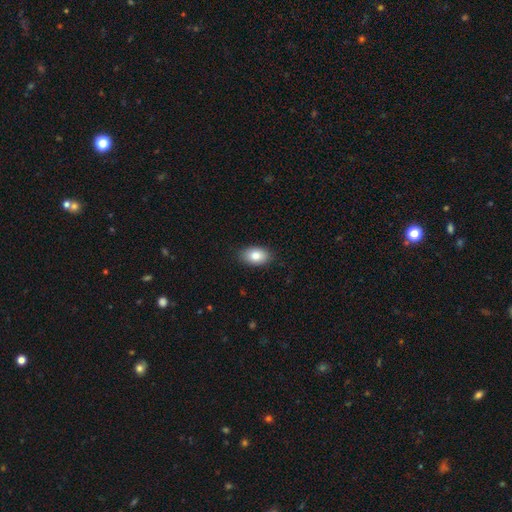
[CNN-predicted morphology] smooth 84%, featured or disk 9%, star or artifact 7%. Down the decision tree: how rounded — in between (89%); merging — none (88%).